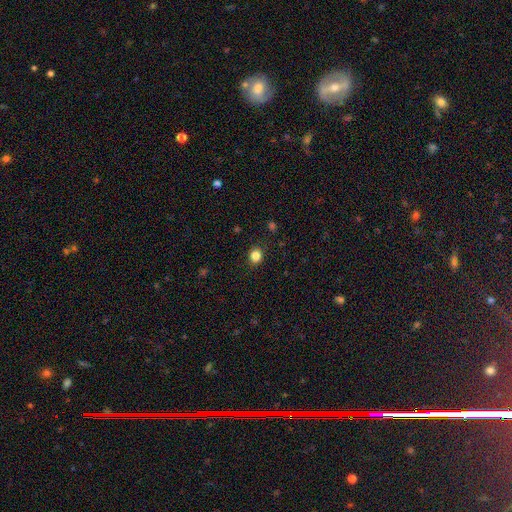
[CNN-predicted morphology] Overall: smooth (85%). How rounded: round (71%). Merging: none (88%).